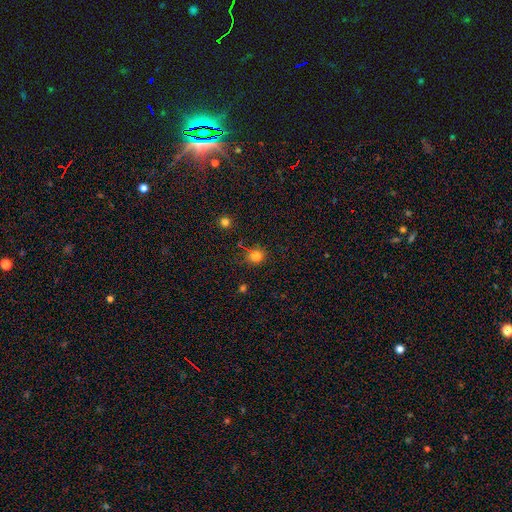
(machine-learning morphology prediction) This is likely a smooth galaxy (78%). How rounded: likely round (76%). Merging: likely none (72%).